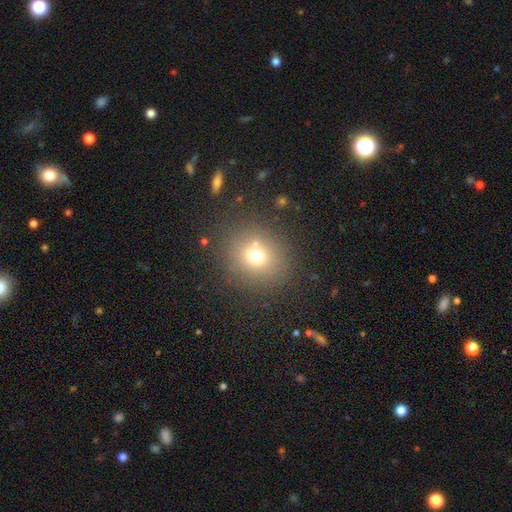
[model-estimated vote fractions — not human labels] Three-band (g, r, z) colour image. It shows a smooth galaxy with no disk features (69%) that is round (79%). Merging: none (77%).